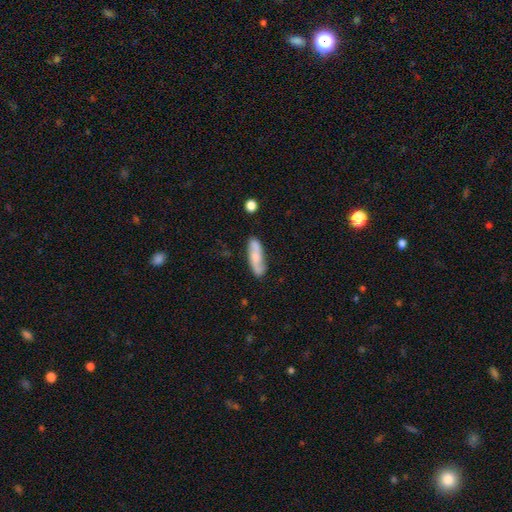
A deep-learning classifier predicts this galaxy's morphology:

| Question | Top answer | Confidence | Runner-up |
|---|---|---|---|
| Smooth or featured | smooth | 50% | featured or disk (43%) |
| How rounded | cigar-shaped | 55% | in between (42%) |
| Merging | none | 77% | minor disturbance (16%) |